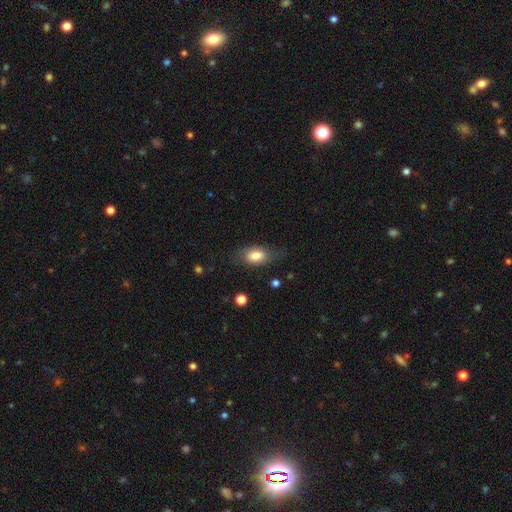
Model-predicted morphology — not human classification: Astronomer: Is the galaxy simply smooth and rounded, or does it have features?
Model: smooth — 78%.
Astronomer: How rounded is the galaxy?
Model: in between — 87%.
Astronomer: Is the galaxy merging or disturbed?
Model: none — 66%.